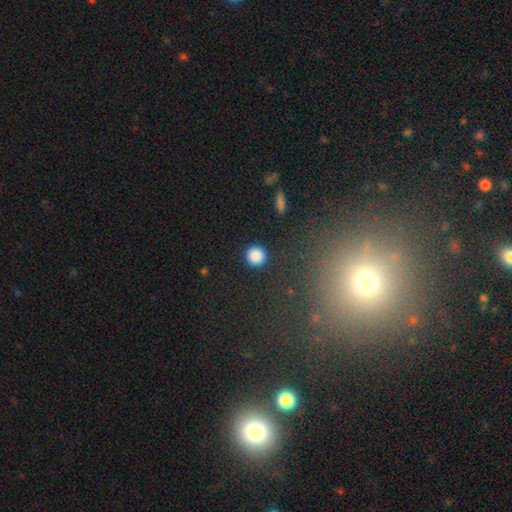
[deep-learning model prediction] A smooth galaxy with no disk features (87%) that is round (95%).

Vote fractions:
- Smooth or featured? smooth: 87% / star or artifact: 10% / featured or disk: 4%
- How rounded? round: 95% / in between: 4% / cigar-shaped: 1%
- Merging? none: 91% / minor disturbance: 6% / major disturbance: 2% / merger: 1%